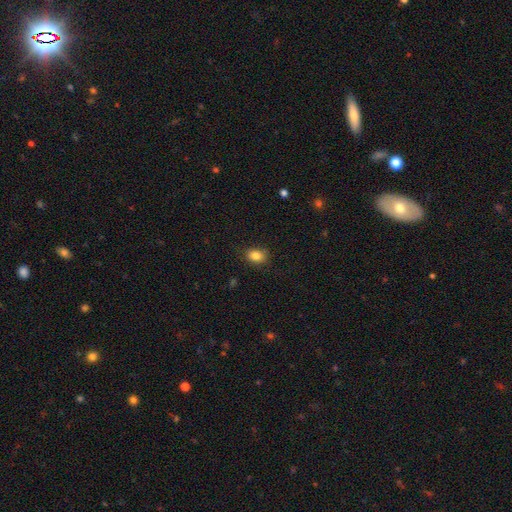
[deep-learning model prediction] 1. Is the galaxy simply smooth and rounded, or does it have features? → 84% smooth, 10% star or artifact, 6% featured or disk.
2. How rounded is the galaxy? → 64% in between, 35% round, 1% cigar-shaped.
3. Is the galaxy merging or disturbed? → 83% none, 13% minor disturbance, 3% major disturbance, 1% merger.